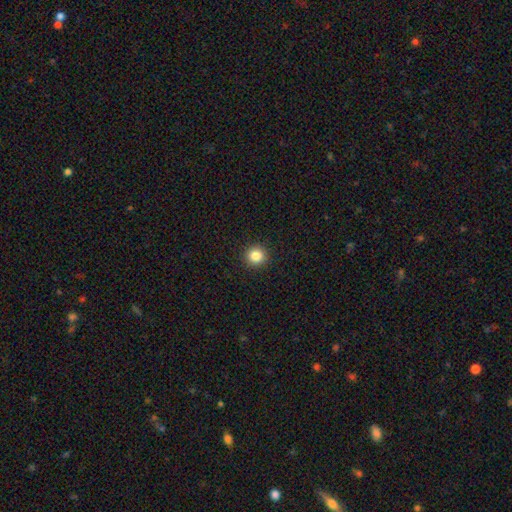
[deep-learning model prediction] smooth-or-featured: smooth: 84% | star or artifact: 11% | featured or disk: 5%
  how-rounded: round: 94% | in between: 5% | cigar-shaped: 1%
  merging: none: 93% | minor disturbance: 4% | major disturbance: 2% | merger: 1%